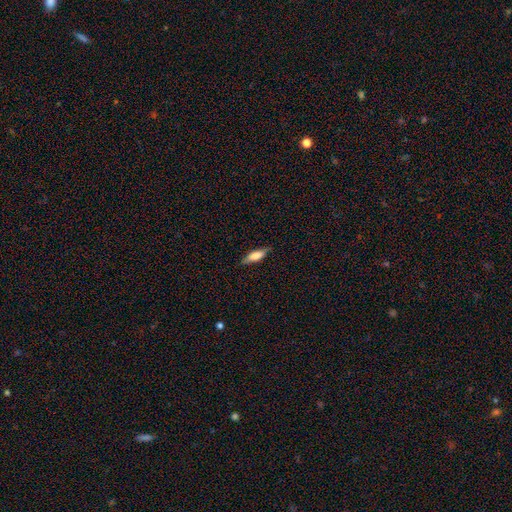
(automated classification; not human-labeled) A smooth galaxy with no disk features (68%) that is in between round and cigar-shaped (52%).

Vote fractions:
- Smooth or featured? smooth: 68% / featured or disk: 25% / star or artifact: 7%
- How rounded? in between: 52% / cigar-shaped: 46% / round: 2%
- Merging? none: 80% / minor disturbance: 16% / major disturbance: 3% / merger: 1%